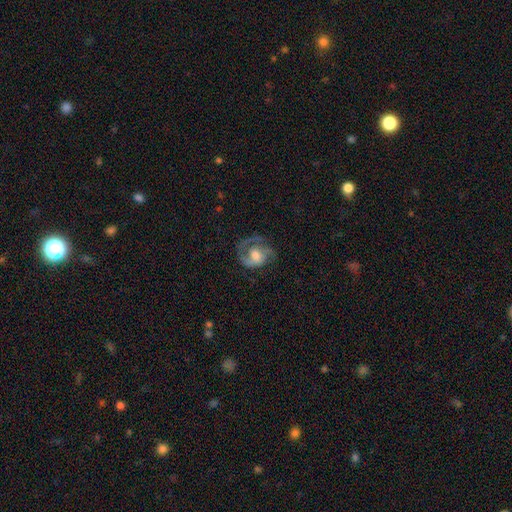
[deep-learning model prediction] A featured or disk galaxy (71%) with no bar (59%), 2 (51%) medium (46%) spiral arms (87%) and a moderate central bulge (53%). Merging: none (54%).